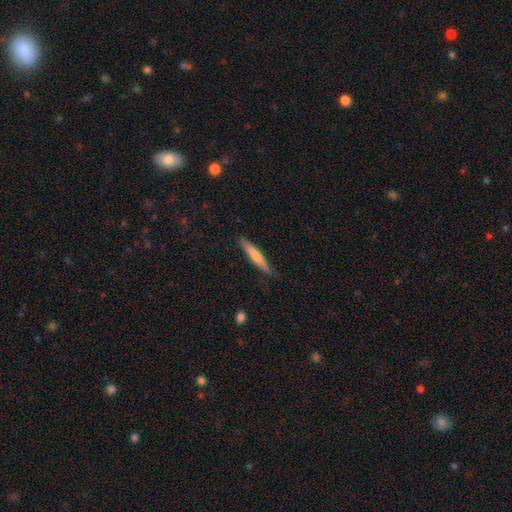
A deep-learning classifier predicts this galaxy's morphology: This is likely a smooth galaxy (63%). How rounded: clearly cigar-shaped (93%). Merging: clearly none (87%).